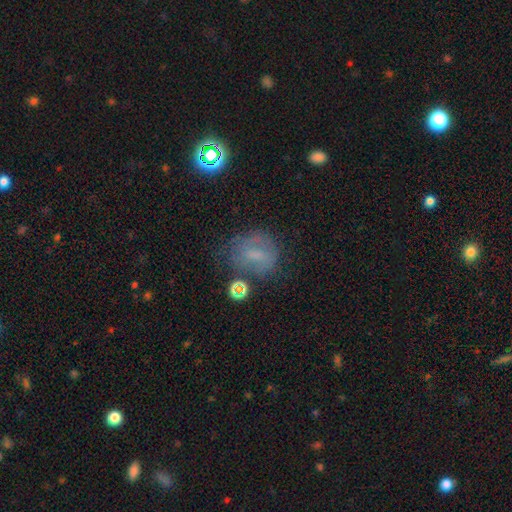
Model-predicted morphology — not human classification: smooth-or-featured: smooth: 45% | featured or disk: 35% | star or artifact: 20%
  merging: none: 60% | minor disturbance: 22% | major disturbance: 14% | merger: 4%